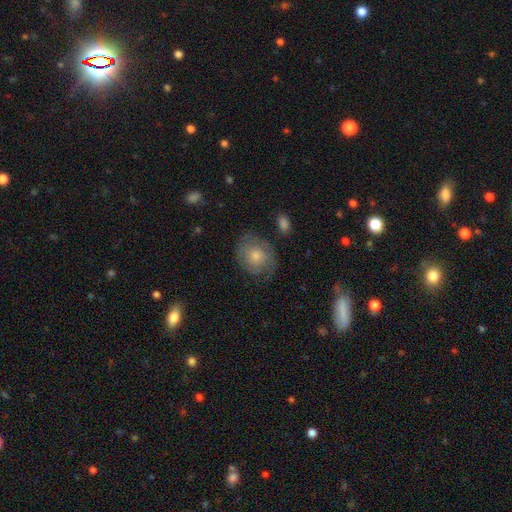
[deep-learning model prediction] Smooth or featured? Predicted: smooth (p=0.49). Merging? Predicted: none (p=0.69).